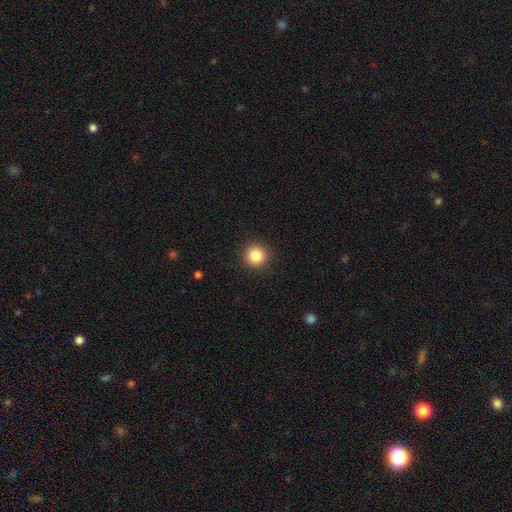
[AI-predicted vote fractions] Morphology: type=smooth (86%); roundness=round (94%); merging=none (92%).